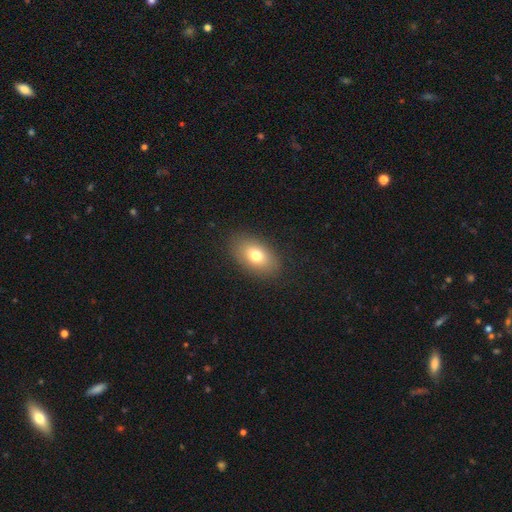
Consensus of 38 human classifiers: Overall: smooth (74%). How rounded: in between (89%). Merging: none (83%).